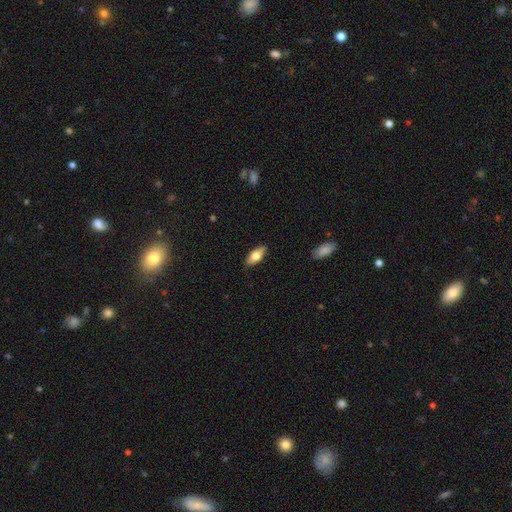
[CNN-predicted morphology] The model was most divided on "smooth or featured": smooth: 68%, featured or disk: 26%, star or artifact: 6%. More confident: merging — none (88%); how rounded — in between (78%).